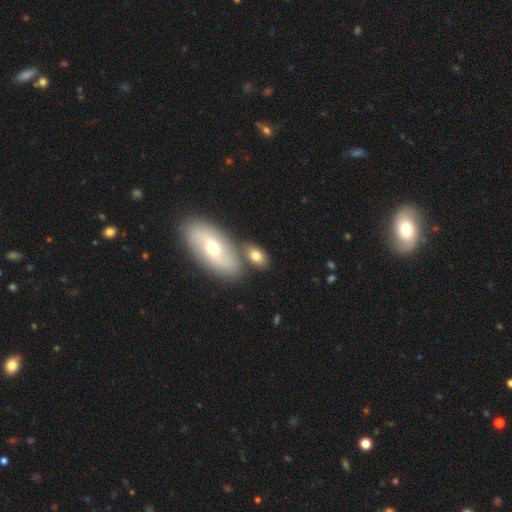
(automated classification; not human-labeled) Morphology: type=smooth (75%); roundness=in between (87%); merging=none (62%).